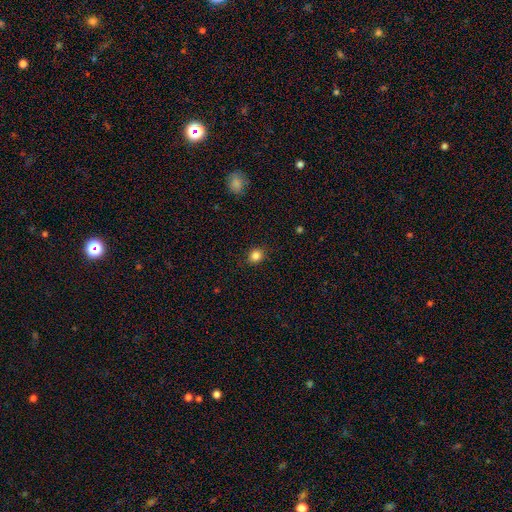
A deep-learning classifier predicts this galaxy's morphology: type=smooth (84%); roundness=round (81%); merging=none (89%).